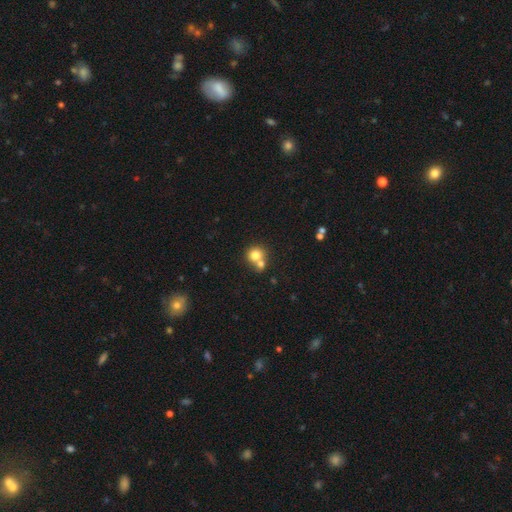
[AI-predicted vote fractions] A smooth galaxy with no disk features (77%) that is round (85%). Merging: merger (49%).